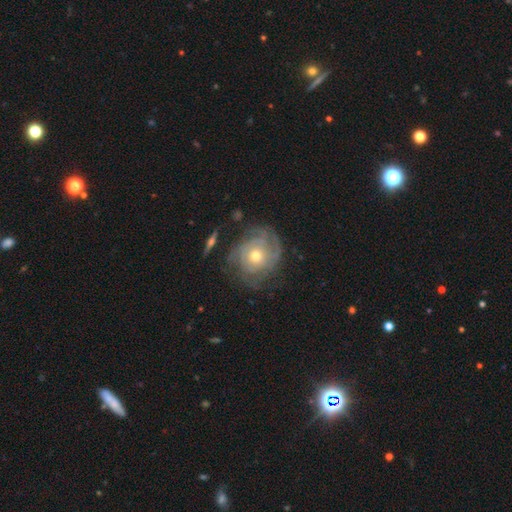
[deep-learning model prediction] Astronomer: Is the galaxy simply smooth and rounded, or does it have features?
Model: featured or disk — 81%.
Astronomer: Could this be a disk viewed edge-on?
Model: no — 97%.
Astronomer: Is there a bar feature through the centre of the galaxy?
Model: no — 84%.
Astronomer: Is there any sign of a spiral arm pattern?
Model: yes — 92%.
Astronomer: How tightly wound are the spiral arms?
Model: tight — 73%.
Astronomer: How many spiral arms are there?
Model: can't tell — 39% (runner-up: 3, 22%).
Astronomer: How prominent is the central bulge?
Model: moderate — 61%.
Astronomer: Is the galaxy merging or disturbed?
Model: none — 70%.